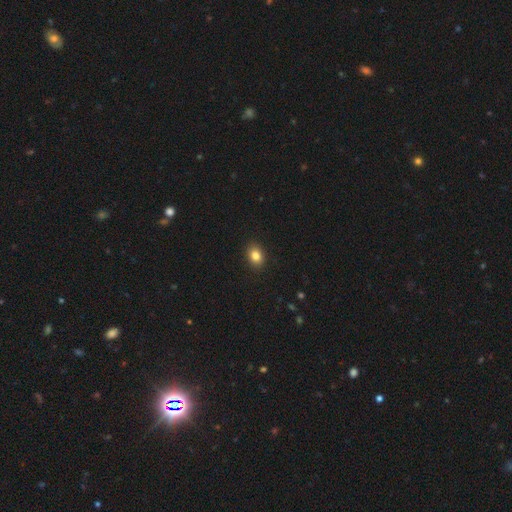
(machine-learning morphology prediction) Smooth or featured? smooth (83%)
How rounded? in between (59%)
Merging? none (91%)